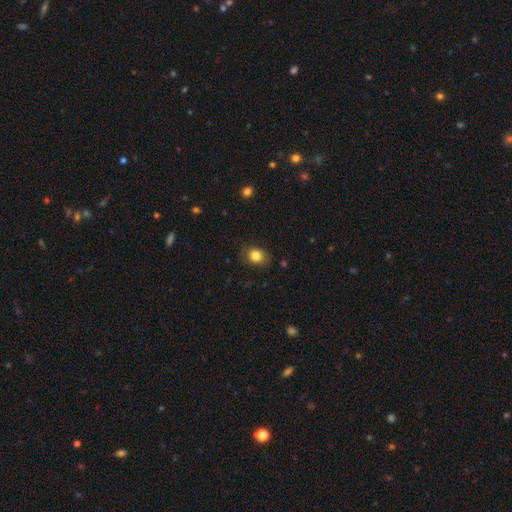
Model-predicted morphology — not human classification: smooth_or_featured: smooth (p=0.83) [alt: star or artifact p=0.10]
how_rounded: round (p=0.54) [alt: in between p=0.45]
merging: none (p=0.81) [alt: minor disturbance p=0.15]